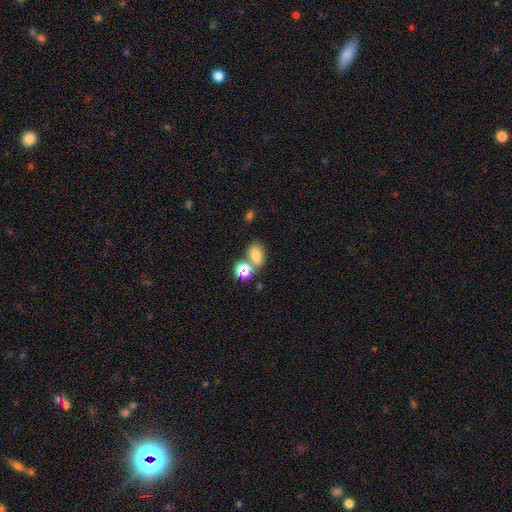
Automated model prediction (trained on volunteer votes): Smooth or featured? smooth (75%)
How rounded? in between (75%)
Merging? none (53%)